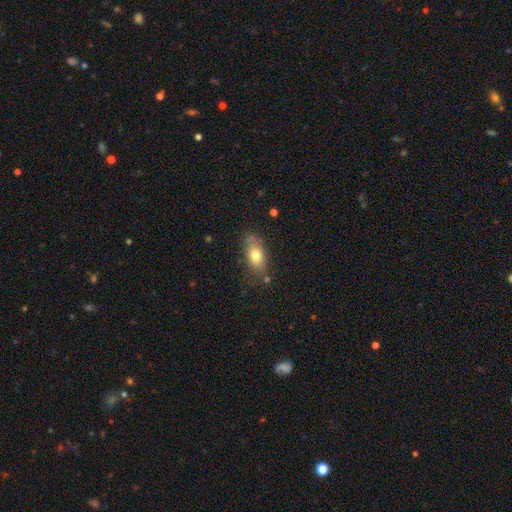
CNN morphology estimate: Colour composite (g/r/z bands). It shows a smooth galaxy with no disk features (75%) that is in between round and cigar-shaped (85%). Merging: none (70%).